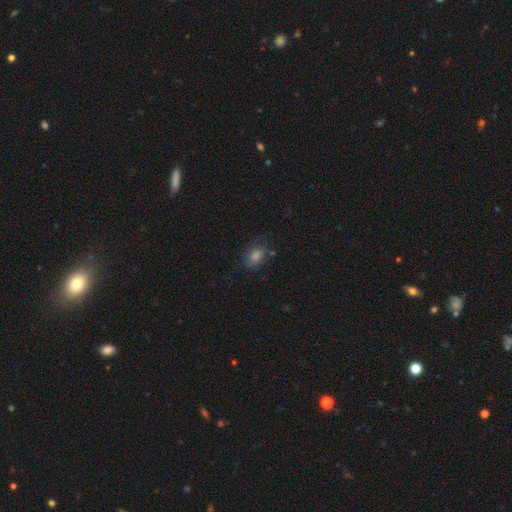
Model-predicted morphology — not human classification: smooth 68%, star or artifact 19%, featured or disk 14%. Down the decision tree: how rounded — in between (75%); merging — none (71%).